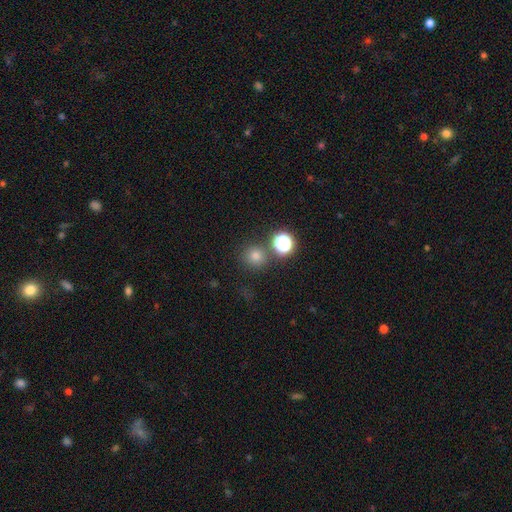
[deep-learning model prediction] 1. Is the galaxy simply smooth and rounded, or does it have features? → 70% smooth, 23% star or artifact, 7% featured or disk.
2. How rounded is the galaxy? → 92% round, 7% in between, 1% cigar-shaped.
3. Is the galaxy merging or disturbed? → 79% none, 10% merger, 8% minor disturbance, 3% major disturbance.